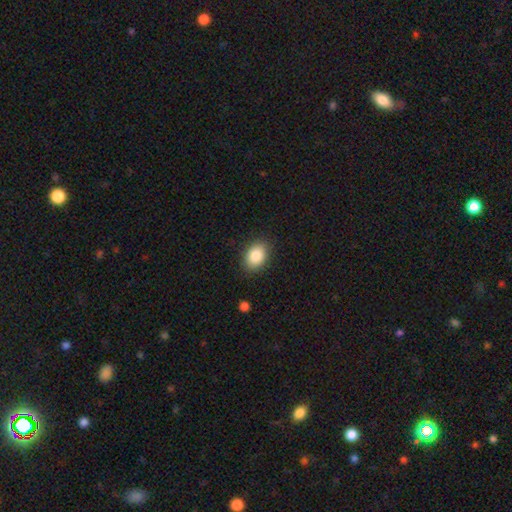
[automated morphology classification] A smooth galaxy with no disk features (85%) that is in between round and cigar-shaped (79%).

Vote fractions:
- Smooth or featured? smooth: 85% / star or artifact: 8% / featured or disk: 7%
- How rounded? in between: 79% / round: 20% / cigar-shaped: 1%
- Merging? none: 87% / minor disturbance: 9% / major disturbance: 2% / merger: 1%